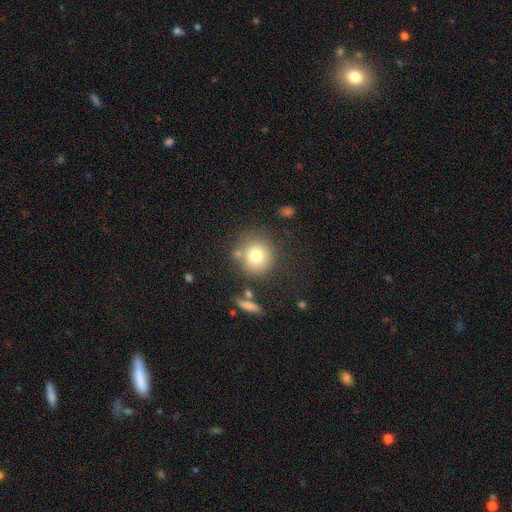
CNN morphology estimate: Smooth or featured? Predicted: smooth (p=0.76). How rounded? Predicted: round (p=0.91). Merging? Predicted: none (p=0.74).